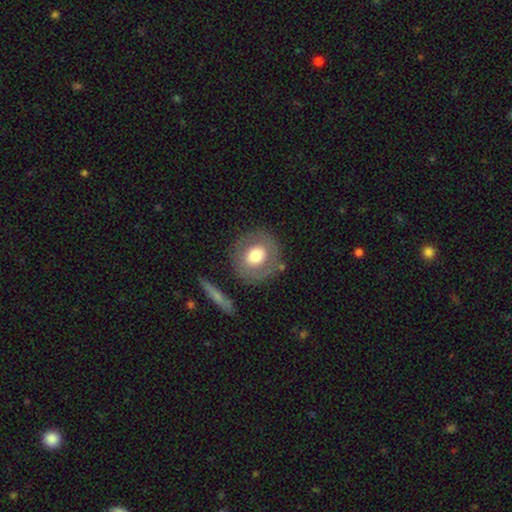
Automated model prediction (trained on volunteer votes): Overall: smooth (62%; featured or disk 30%). How rounded: round (88%). Merging: none (80%).